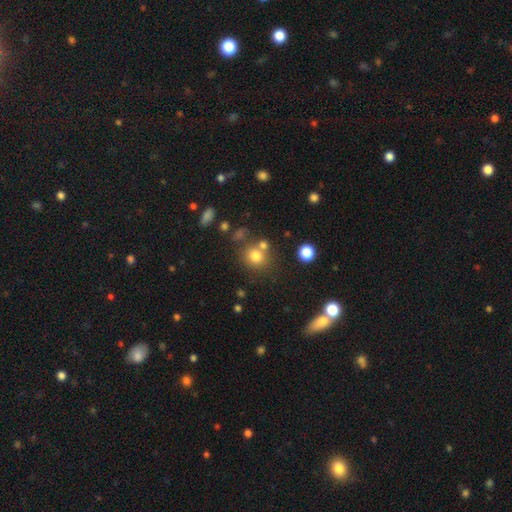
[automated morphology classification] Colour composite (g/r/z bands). It shows a smooth galaxy with no disk features (77%) that is round (85%). Merging: none (64%).